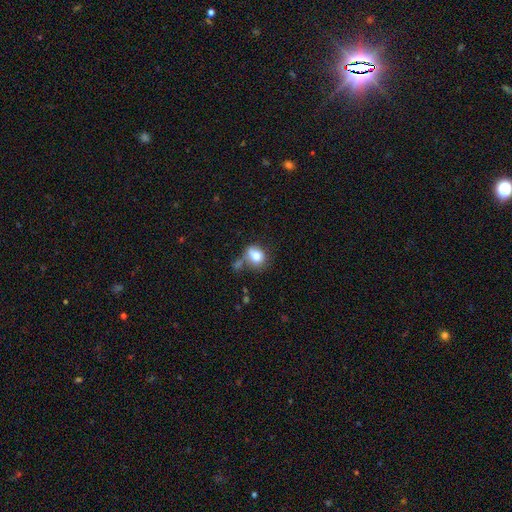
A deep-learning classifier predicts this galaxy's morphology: Smooth or featured? Predicted: smooth (p=0.79). How rounded? Predicted: in between (p=0.56). Merging? Predicted: none (p=0.41).